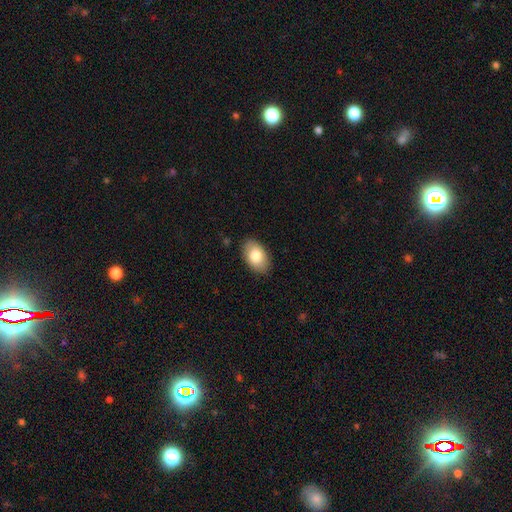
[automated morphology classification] Smooth or featured? smooth (81%)
How rounded? in between (92%)
Merging? none (86%)